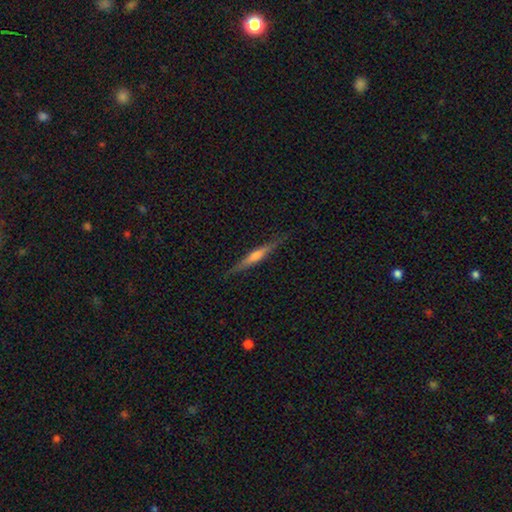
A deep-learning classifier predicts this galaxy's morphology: Smooth or featured? Predicted: featured or disk (p=0.61). Edge-on disk? Predicted: yes (p=0.97). Edge-on bulge? Predicted: rounded (p=0.68). Merging? Predicted: none (p=0.87).